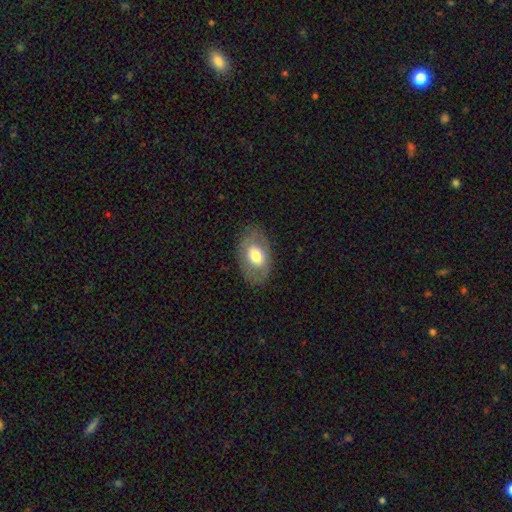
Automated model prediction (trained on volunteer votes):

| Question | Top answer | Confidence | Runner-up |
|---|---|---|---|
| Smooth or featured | smooth | 64% | featured or disk (29%) |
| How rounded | in between | 88% | round (11%) |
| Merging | none | 82% | minor disturbance (12%) |